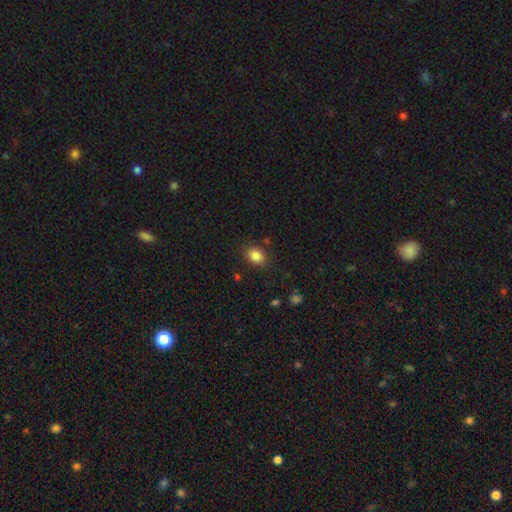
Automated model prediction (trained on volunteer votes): Smooth or featured? Predicted: smooth (p=0.85). How rounded? Predicted: in between (p=0.61). Merging? Predicted: none (p=0.83).